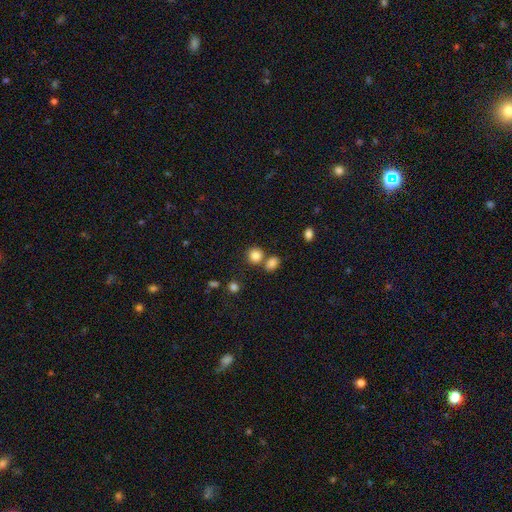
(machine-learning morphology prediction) smooth-or-featured: smooth: 84% | star or artifact: 11% | featured or disk: 6%
  how-rounded: round: 81% | in between: 18% | cigar-shaped: 1%
  merging: none: 63% | merger: 24% | minor disturbance: 10% | major disturbance: 4%